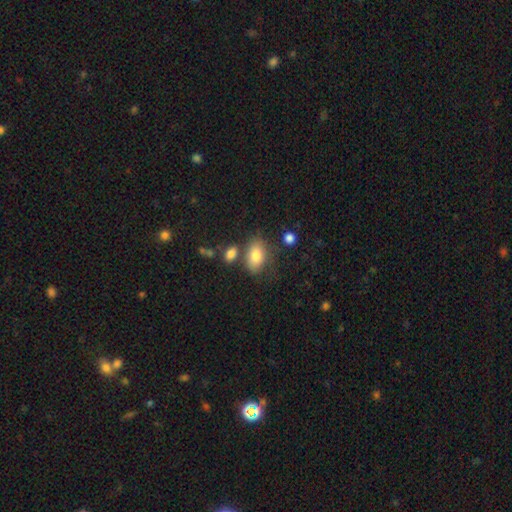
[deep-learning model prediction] This is clearly a smooth galaxy (83%). How rounded: clearly in between (88%). Merging: possibly none (59%).